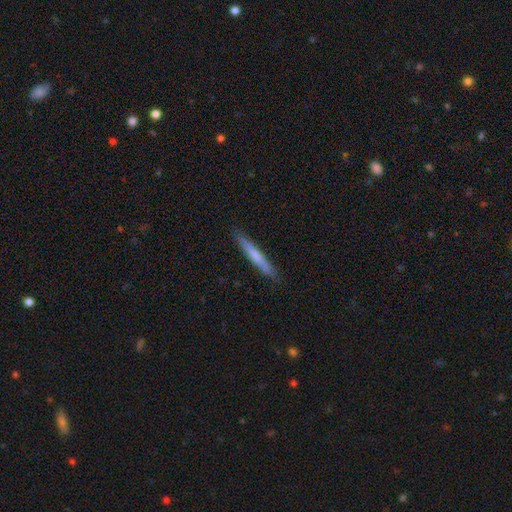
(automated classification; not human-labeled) A smooth galaxy with no disk features (64%) that is cigar-shaped (96%). Merging: none (89%).